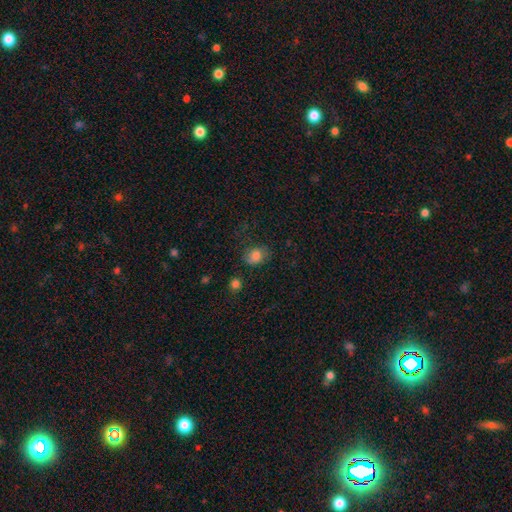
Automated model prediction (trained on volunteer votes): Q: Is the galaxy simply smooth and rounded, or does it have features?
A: smooth — 80%.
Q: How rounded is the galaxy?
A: in between — 52%.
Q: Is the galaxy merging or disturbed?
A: none — 66%.